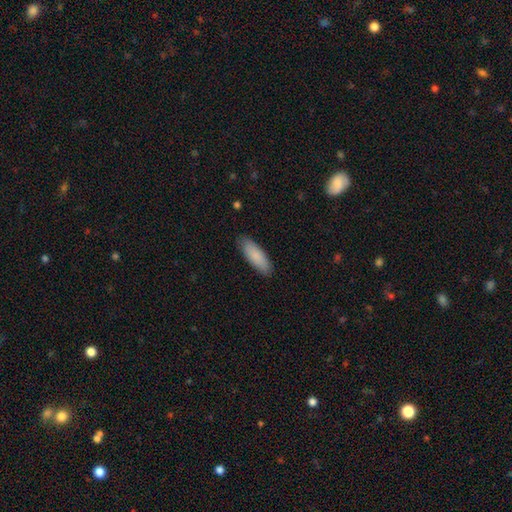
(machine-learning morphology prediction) A smooth galaxy with no disk features (87%) that is in between round and cigar-shaped (57%). Merging: none (86%).